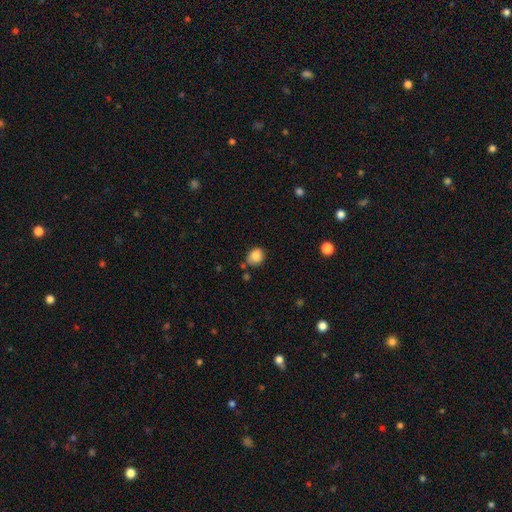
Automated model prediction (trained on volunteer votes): Smooth or featured?
  - smooth: 86% *
  - star or artifact: 9%
  - featured or disk: 5%
How rounded?
  - round: 61% *
  - in between: 38%
  - cigar-shaped: 1%
Merging?
  - none: 68% *
  - minor disturbance: 21%
  - merger: 7%
  - major disturbance: 4%